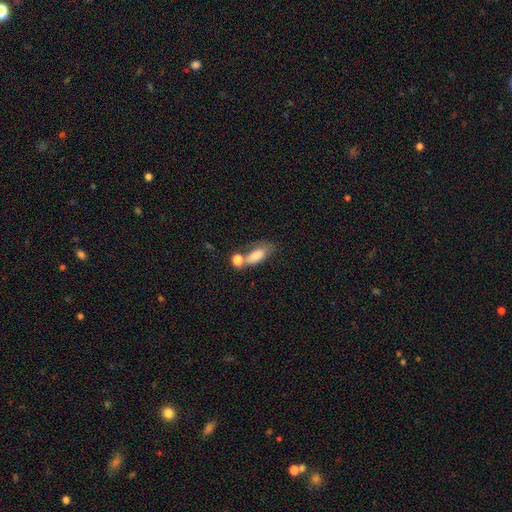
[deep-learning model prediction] This is likely a smooth galaxy (78%). How rounded: clearly in between (81%). Merging: marginally merger (36%).